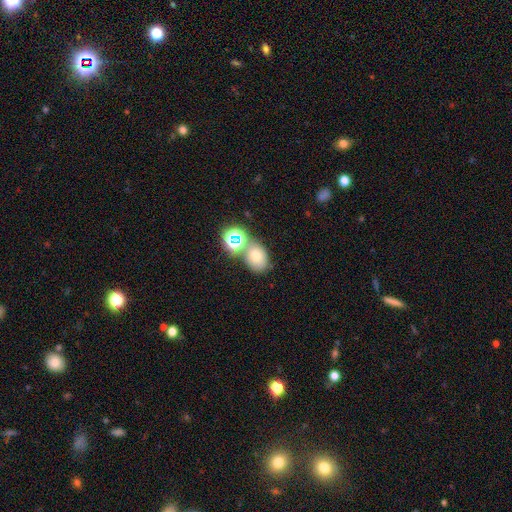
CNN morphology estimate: smooth_or_featured: smooth (p=0.66) [alt: star or artifact p=0.20]
how_rounded: in between (p=0.59) [alt: round p=0.40]
merging: none (p=0.54) [alt: merger p=0.29]